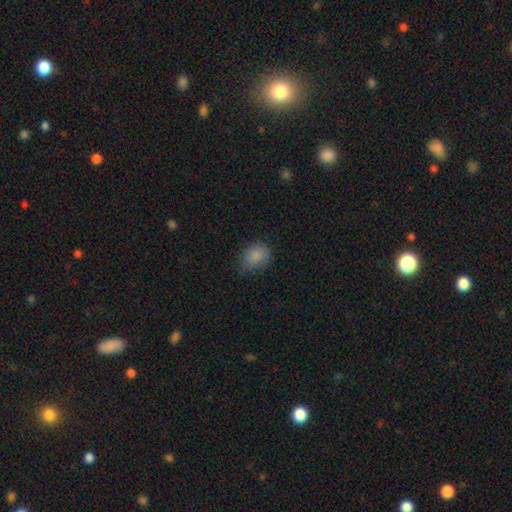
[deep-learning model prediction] Smooth or featured: smooth — 85% (star or artifact — 9%)
How rounded: in between — 65% (round — 34%)
Merging: none — 62% (minor disturbance — 30%)